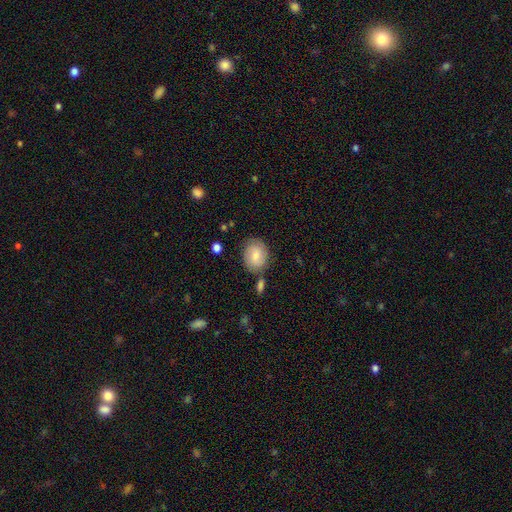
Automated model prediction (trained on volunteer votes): Q: Smooth or featured?
A: smooth (72%); runner-up: featured or disk (21%)
Q: How rounded?
A: round (55%); runner-up: in between (44%)
Q: Merging?
A: none (74%); runner-up: minor disturbance (14%)